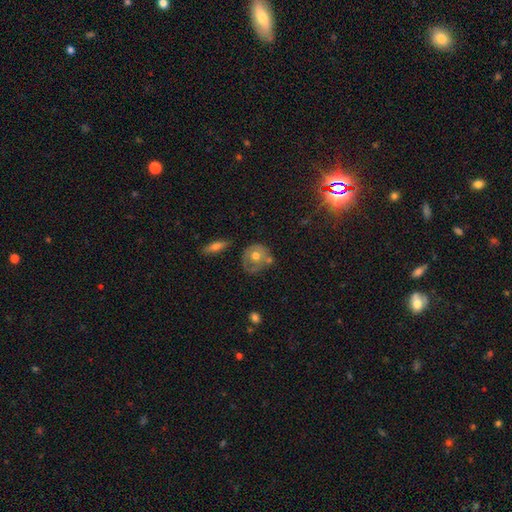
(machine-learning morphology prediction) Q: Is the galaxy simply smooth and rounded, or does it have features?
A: smooth — 53%.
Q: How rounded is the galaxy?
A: round — 79%.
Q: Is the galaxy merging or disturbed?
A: none — 56%.